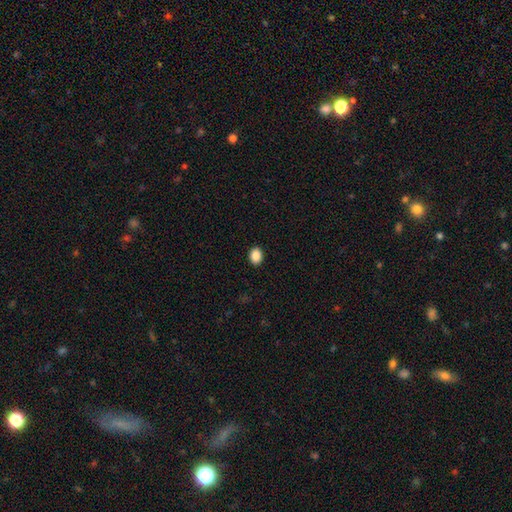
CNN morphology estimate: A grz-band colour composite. It shows a smooth galaxy with no disk features (89%) that is in between round and cigar-shaped (59%). Merging: none (91%).